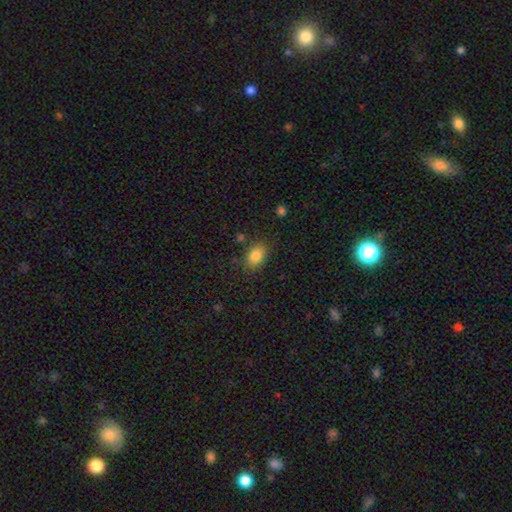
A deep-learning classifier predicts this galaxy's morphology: type=smooth (83%); roundness=in between (80%); merging=none (80%).